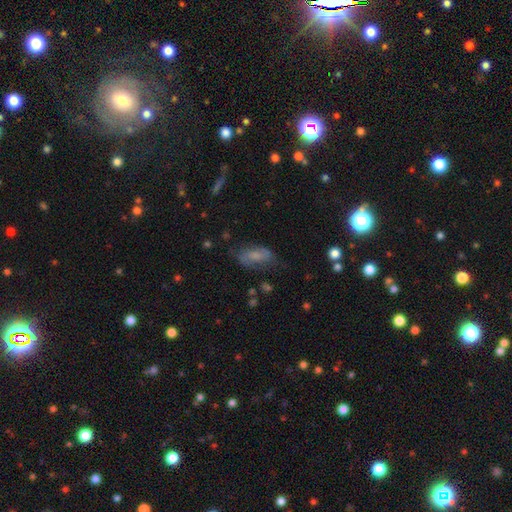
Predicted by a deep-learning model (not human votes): Q: Smooth or featured?
A: smooth (57%); runner-up: featured or disk (31%)
Q: How rounded?
A: in between (84%); runner-up: cigar-shaped (11%)
Q: Merging?
A: none (59%); runner-up: minor disturbance (25%)